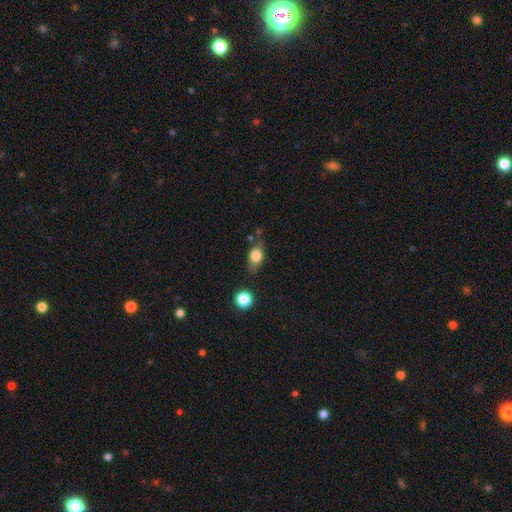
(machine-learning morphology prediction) A smooth galaxy with no disk features (74%) that is in between round and cigar-shaped (69%). Merging: none (63%).